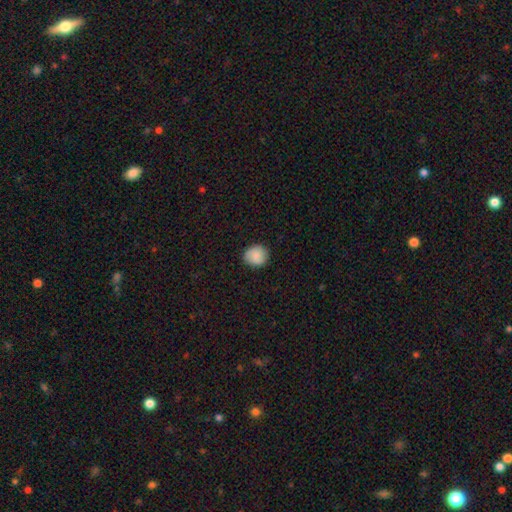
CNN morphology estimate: Smooth or featured? smooth (84%)
How rounded? round (82%)
Merging? none (85%)